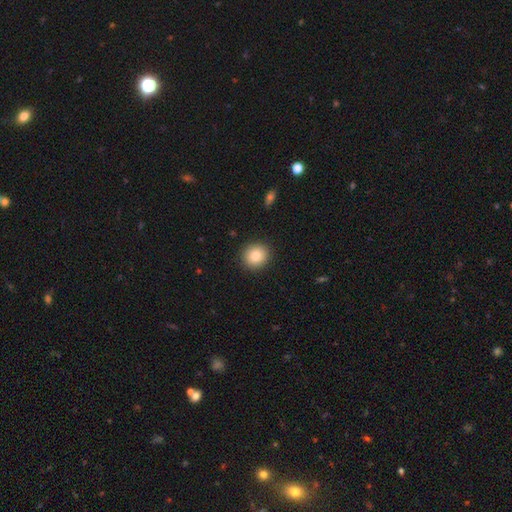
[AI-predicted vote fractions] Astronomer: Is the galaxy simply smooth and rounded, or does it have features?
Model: smooth — 82%.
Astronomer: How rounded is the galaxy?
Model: round — 90%.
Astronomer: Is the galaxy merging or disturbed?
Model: none — 91%.